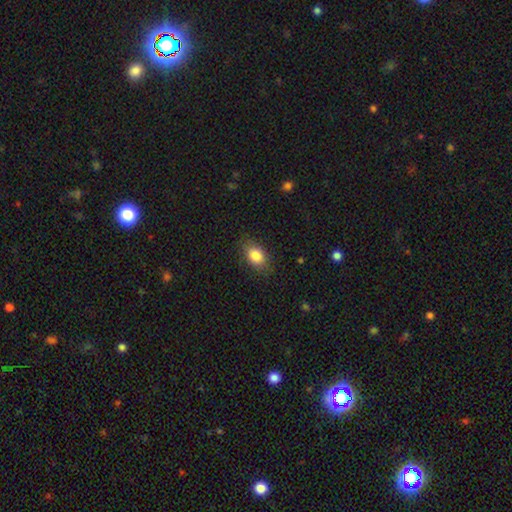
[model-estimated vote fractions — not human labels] This is clearly a smooth galaxy (84%). How rounded: clearly in between (80%). Merging: clearly none (82%).